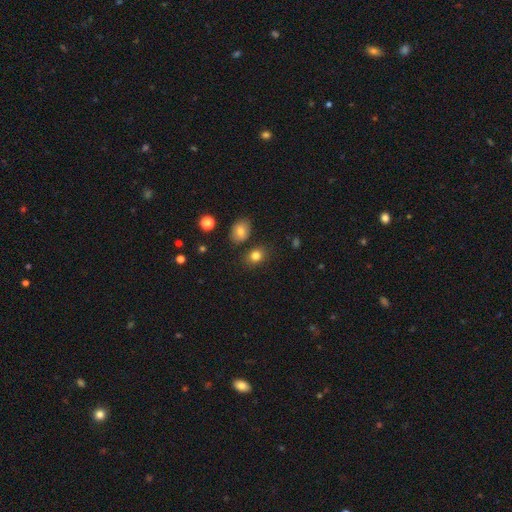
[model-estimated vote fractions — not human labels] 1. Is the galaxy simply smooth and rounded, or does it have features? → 82% smooth, 12% star or artifact, 7% featured or disk.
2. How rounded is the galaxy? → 50% round, 49% in between, 1% cigar-shaped.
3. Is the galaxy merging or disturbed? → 77% none, 11% minor disturbance, 8% merger, 3% major disturbance.